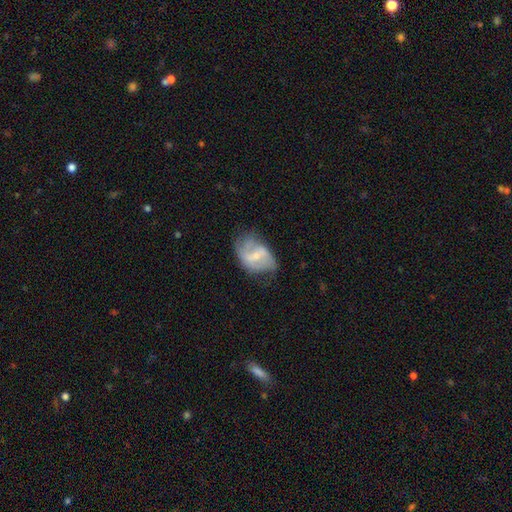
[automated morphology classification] The model was most divided on "spiral winding": loose: 46%, medium: 39%, tight: 15%. Remaining: edge-on disk — no (97%); spiral arms — yes (79%); spiral arm count — 2 (73%); smooth or featured — featured or disk (67%); bar — weak (53%); bulge size — small (52%); merging — none (47%).